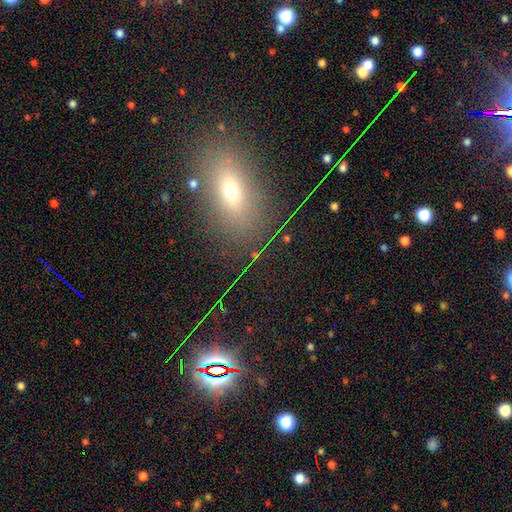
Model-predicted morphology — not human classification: This is possibly a star or artifact rather than a galaxy (49%).